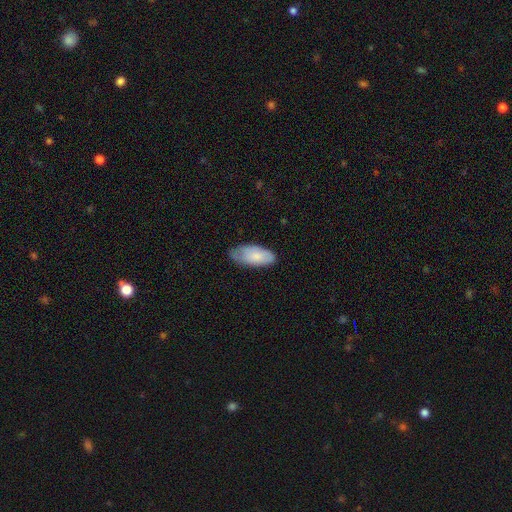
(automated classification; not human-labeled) smooth 76%, featured or disk 18%, star or artifact 6%. Down the decision tree: how rounded — in between (89%); merging — none (62%).